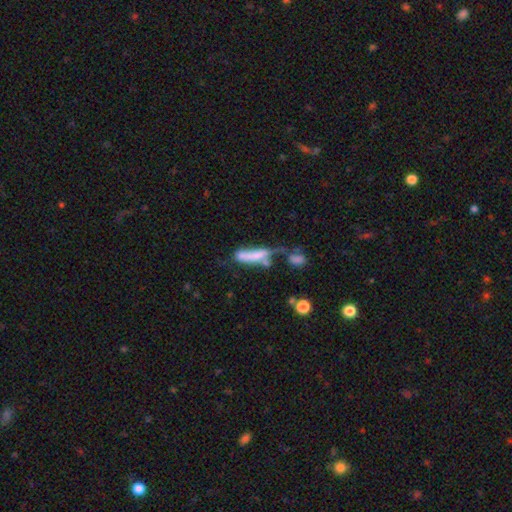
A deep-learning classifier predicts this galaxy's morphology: type=smooth (61%); roundness=cigar-shaped (62%); merging=merger (42%).